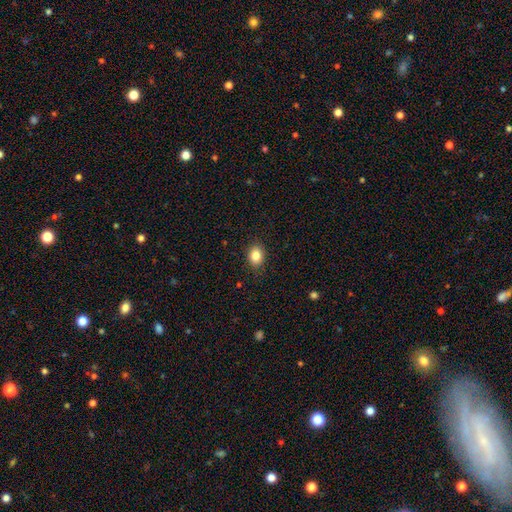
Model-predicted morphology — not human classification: This is clearly a smooth galaxy (84%). How rounded: likely in between (61%). Merging: clearly none (86%).